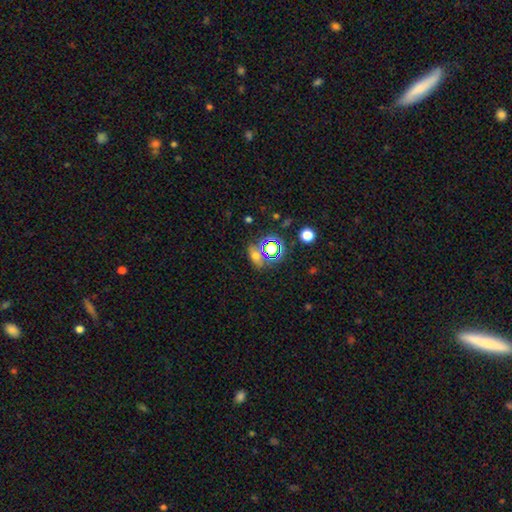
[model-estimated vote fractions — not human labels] Smooth or featured?
  - smooth: 47% *
  - star or artifact: 39%
  - featured or disk: 13%
Merging?
  - none: 70% *
  - minor disturbance: 13%
  - merger: 11%
  - major disturbance: 6%